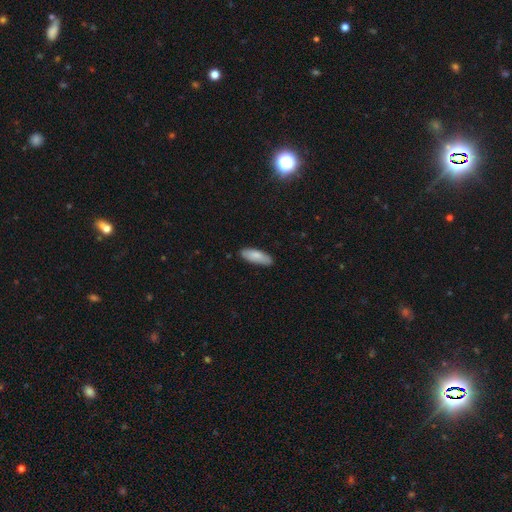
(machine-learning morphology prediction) Q: Smooth or featured?
A: smooth (84%); runner-up: featured or disk (10%)
Q: How rounded?
A: in between (64%); runner-up: cigar-shaped (34%)
Q: Merging?
A: none (86%); runner-up: minor disturbance (11%)